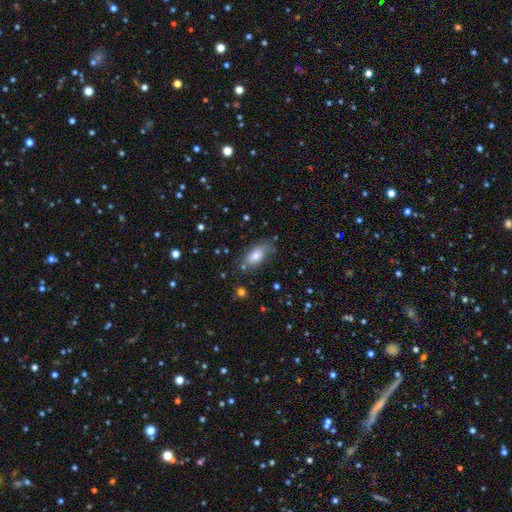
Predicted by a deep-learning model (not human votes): This appears to be a smooth galaxy with no disk features (73%) that is in between round and cigar-shaped (88%). Merging: none (66%).